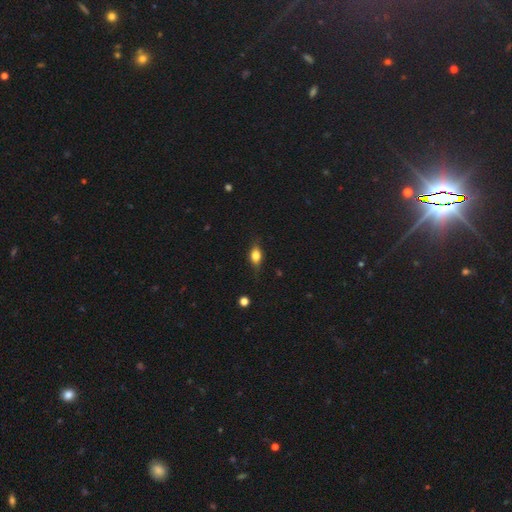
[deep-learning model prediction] Q: Smooth or featured?
A: smooth (67%); runner-up: featured or disk (23%)
Q: How rounded?
A: in between (74%); runner-up: round (15%)
Q: Merging?
A: none (77%); runner-up: minor disturbance (18%)